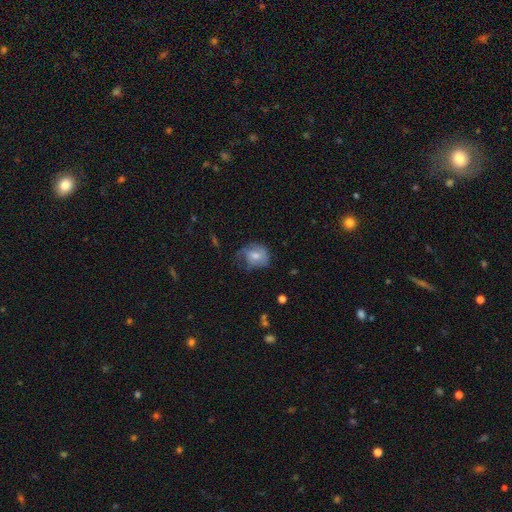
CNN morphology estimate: This is possibly a smooth galaxy (59%). How rounded: possibly round (55%). Merging: marginally none (41%).